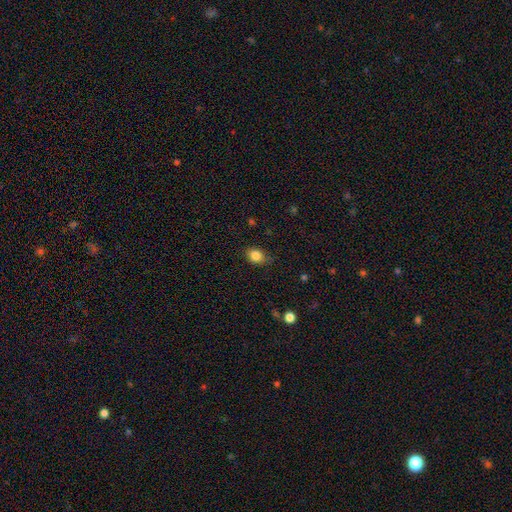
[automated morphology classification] smooth 85%, star or artifact 10%, featured or disk 5%. Down the decision tree: how rounded — in between (58%); merging — none (77%).